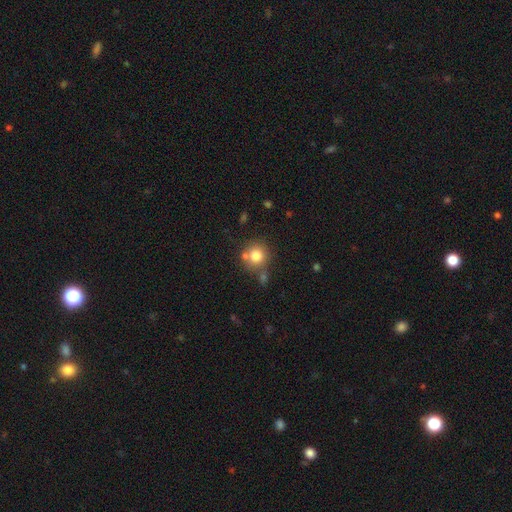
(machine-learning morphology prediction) This is likely a smooth galaxy (78%). How rounded: clearly round (90%). Merging: likely none (66%).